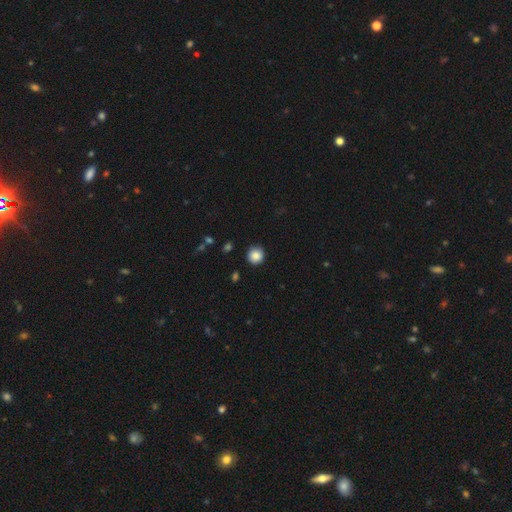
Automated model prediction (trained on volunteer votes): Smooth or featured? Predicted: smooth (p=0.86). How rounded? Predicted: round (p=0.94). Merging? Predicted: none (p=0.88).